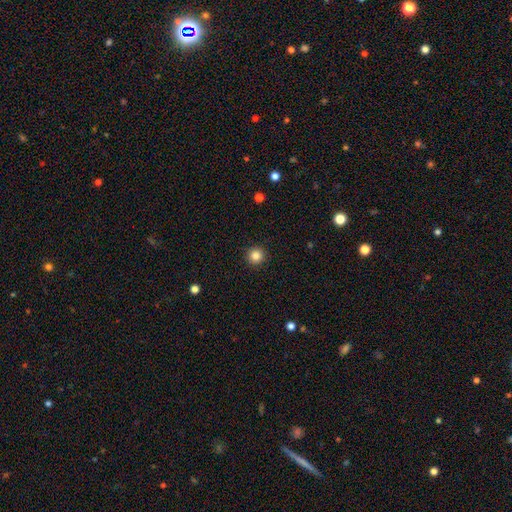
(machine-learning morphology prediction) A smooth galaxy with no disk features (85%) that is round (95%).

Vote fractions:
- Smooth or featured? smooth: 85% / star or artifact: 11% / featured or disk: 4%
- How rounded? round: 95% / in between: 4% / cigar-shaped: 1%
- Merging? none: 93% / minor disturbance: 5% / major disturbance: 2% / merger: 1%